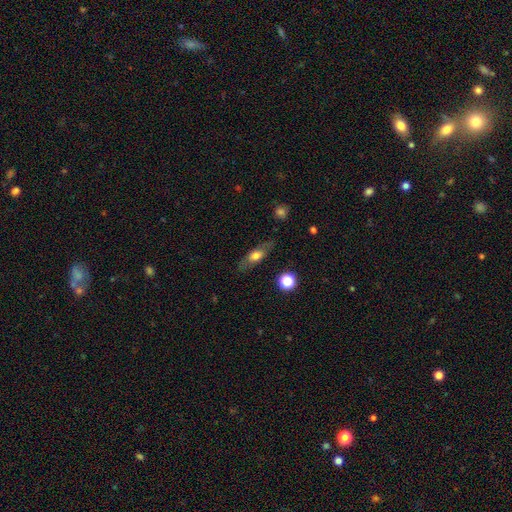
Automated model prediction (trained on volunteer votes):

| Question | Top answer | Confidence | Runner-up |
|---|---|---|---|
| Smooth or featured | smooth | 56% | featured or disk (36%) |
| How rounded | in between | 57% | cigar-shaped (35%) |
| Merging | none | 79% | minor disturbance (15%) |